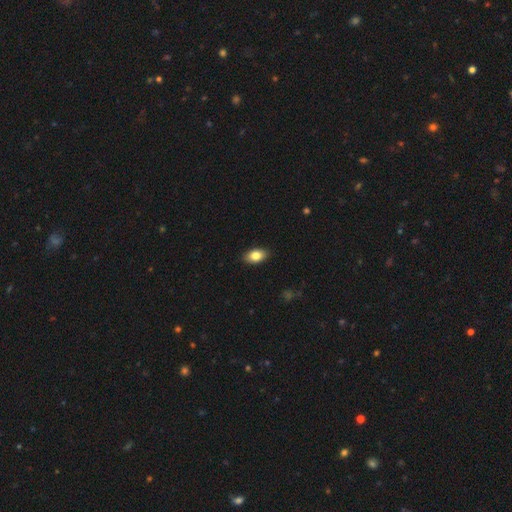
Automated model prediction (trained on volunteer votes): A smooth galaxy with no disk features (83%) that is in between round and cigar-shaped (90%).

Vote fractions:
- Smooth or featured? smooth: 83% / featured or disk: 9% / star or artifact: 7%
- How rounded? in between: 90% / round: 7% / cigar-shaped: 2%
- Merging? none: 89% / minor disturbance: 8% / major disturbance: 2% / merger: 1%